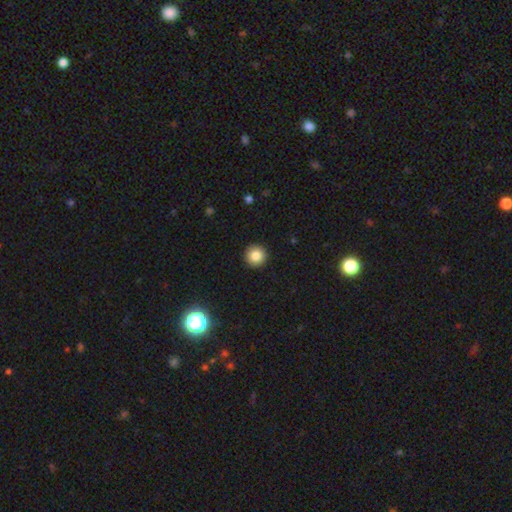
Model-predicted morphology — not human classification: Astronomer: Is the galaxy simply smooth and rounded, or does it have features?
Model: smooth — 84%.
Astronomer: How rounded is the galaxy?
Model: round — 96%.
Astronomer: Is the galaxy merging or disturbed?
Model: none — 93%.